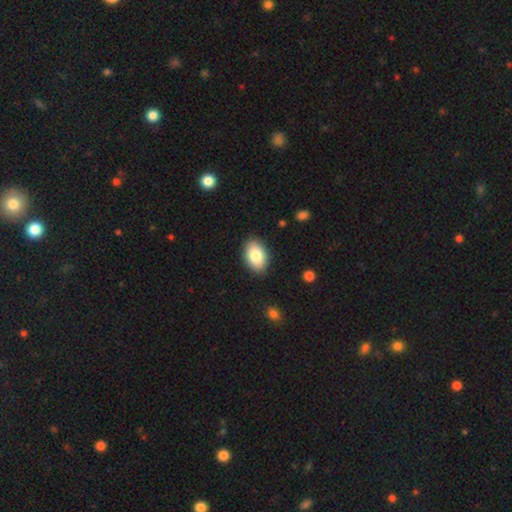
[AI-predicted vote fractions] This appears to be a smooth galaxy with no disk features (83%) that is in between round and cigar-shaped (90%). Merging: none (88%).